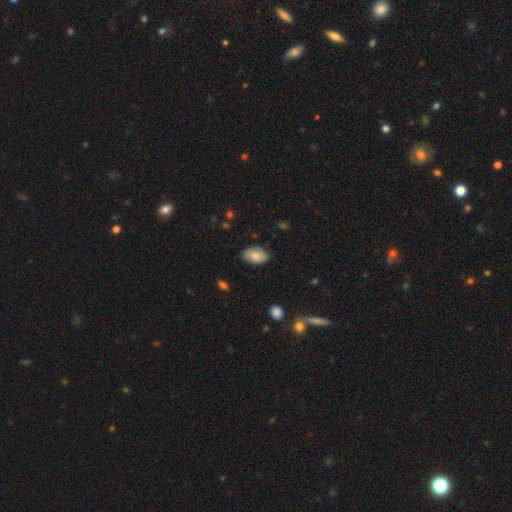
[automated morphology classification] smooth 77%, featured or disk 16%, star or artifact 7%. Down the decision tree: how rounded — in between (91%); merging — none (80%).